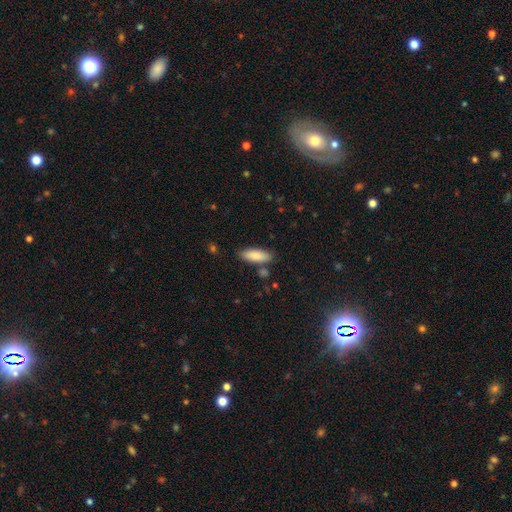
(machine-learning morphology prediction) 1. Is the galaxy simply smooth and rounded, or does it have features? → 83% smooth, 11% featured or disk, 6% star or artifact.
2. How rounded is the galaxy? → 67% in between, 31% cigar-shaped, 2% round.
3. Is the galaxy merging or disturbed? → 81% none, 12% minor disturbance, 5% merger, 2% major disturbance.